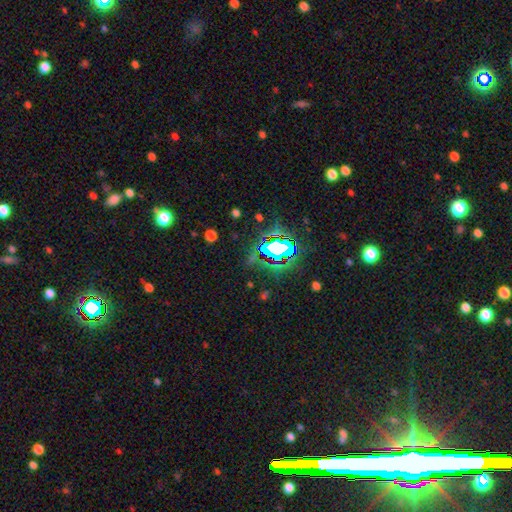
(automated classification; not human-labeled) The model was most divided on "smooth or featured": star or artifact: 69%, smooth: 20%, featured or disk: 12%.